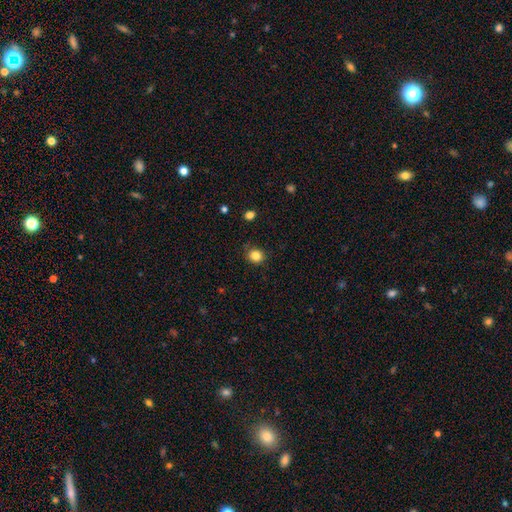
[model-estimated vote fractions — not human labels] Q: Smooth or featured?
A: smooth (84%); runner-up: star or artifact (11%)
Q: How rounded?
A: round (77%); runner-up: in between (22%)
Q: Merging?
A: none (85%); runner-up: minor disturbance (11%)